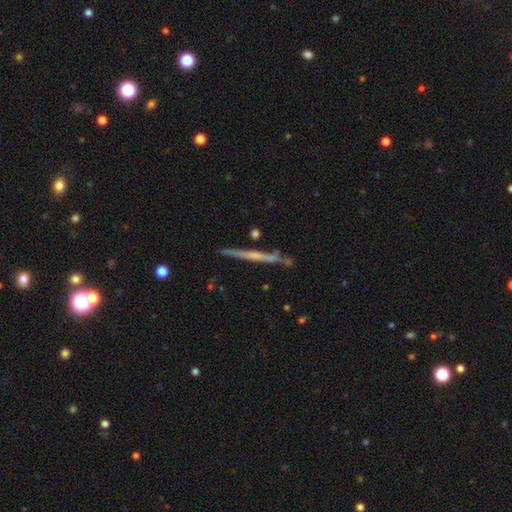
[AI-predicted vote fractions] Overall: featured or disk (61%; smooth 33%). Edge-on disk: yes (97%). Edge-on bulge: none (68%). Merging: none (84%).